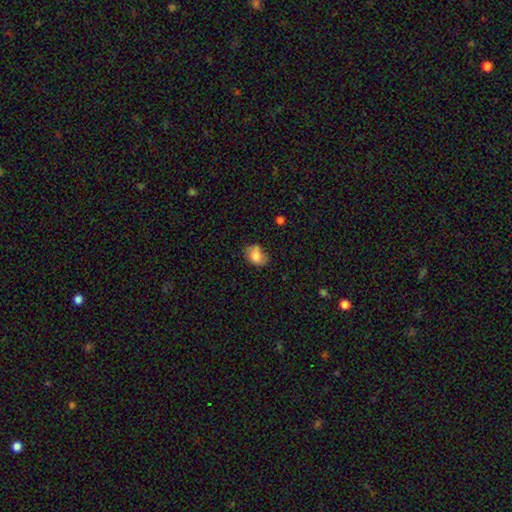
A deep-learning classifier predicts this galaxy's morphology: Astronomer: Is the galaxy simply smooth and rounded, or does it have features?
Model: smooth — 77%.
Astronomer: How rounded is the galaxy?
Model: in between — 70%.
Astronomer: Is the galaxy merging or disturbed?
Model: none — 47% (runner-up: minor disturbance, 34%).